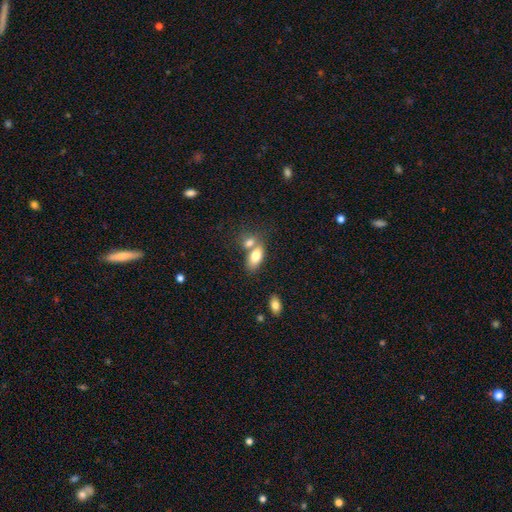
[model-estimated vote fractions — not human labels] smooth-or-featured: smooth: 77% | featured or disk: 16% | star or artifact: 7%
  how-rounded: in between: 88% | round: 6% | cigar-shaped: 6%
  merging: merger: 48% | none: 38% | minor disturbance: 10% | major disturbance: 4%